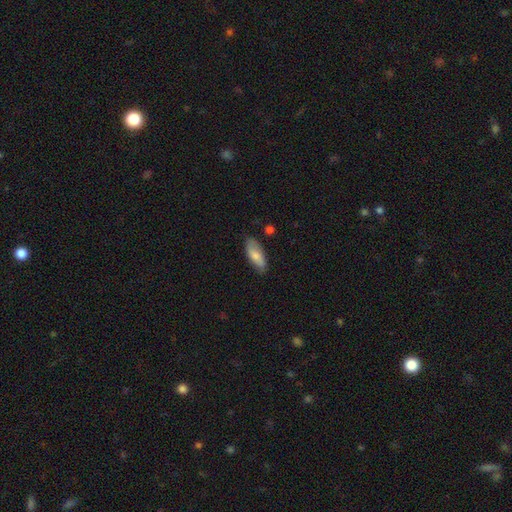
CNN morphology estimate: Smooth or featured: smooth — 74% (featured or disk — 20%)
How rounded: in between — 79% (cigar-shaped — 19%)
Merging: none — 76% (minor disturbance — 18%)